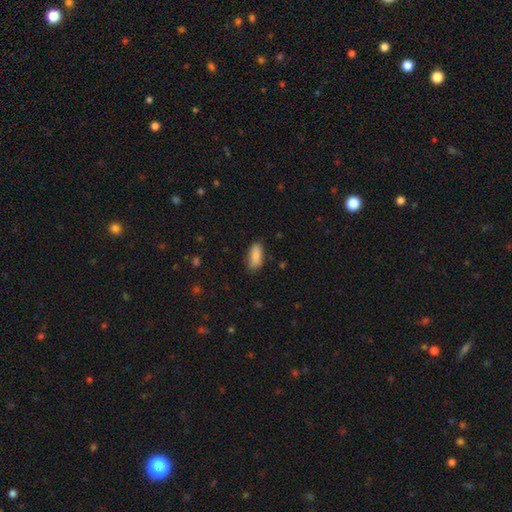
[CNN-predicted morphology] A smooth galaxy with no disk features (87%) that is in between round and cigar-shaped (84%).

Vote fractions:
- Smooth or featured? smooth: 87% / star or artifact: 7% / featured or disk: 6%
- How rounded? in between: 84% / cigar-shaped: 14% / round: 2%
- Merging? none: 78% / minor disturbance: 17% / major disturbance: 3% / merger: 1%